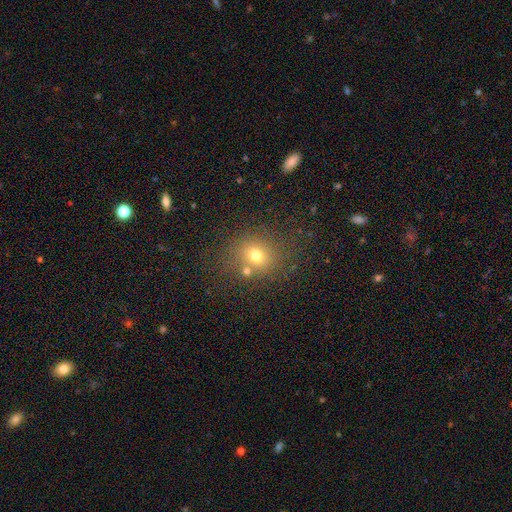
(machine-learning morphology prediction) Smooth or featured? smooth (69%)
How rounded? round (74%)
Merging? none (72%)